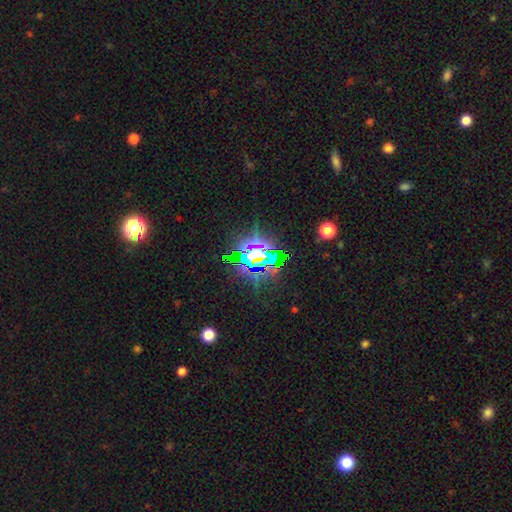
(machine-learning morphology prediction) smooth-or-featured: star or artifact: 75% | featured or disk: 14% | smooth: 11%